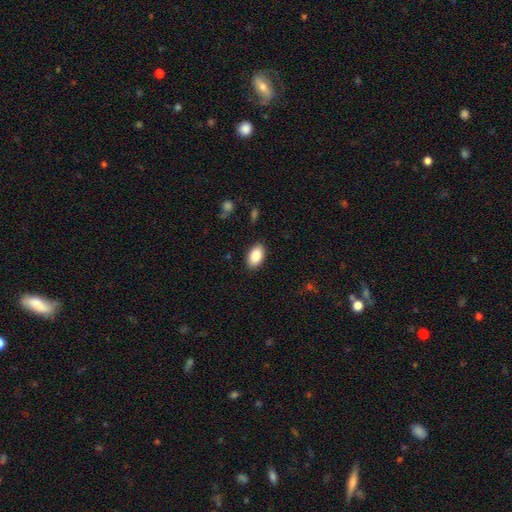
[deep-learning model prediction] smooth_or_featured: smooth (p=0.86) [alt: star or artifact p=0.07]
how_rounded: in between (p=0.94) [alt: round p=0.05]
merging: none (p=0.88) [alt: minor disturbance p=0.08]